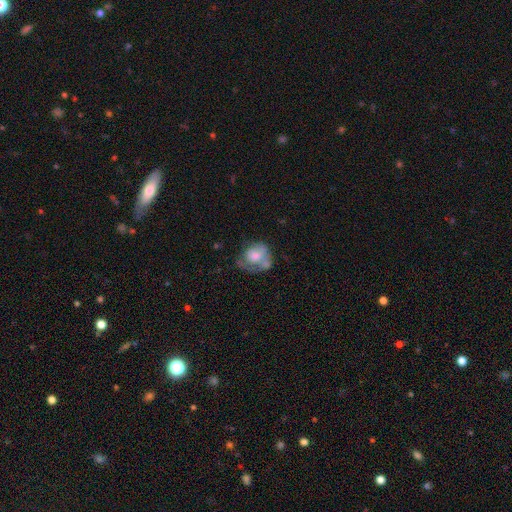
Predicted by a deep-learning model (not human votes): The model was most divided on "merging": none: 31%, major disturbance: 29%, minor disturbance: 27%, merger: 14%. More confident: how rounded — round (60%); smooth or featured — smooth (53%).